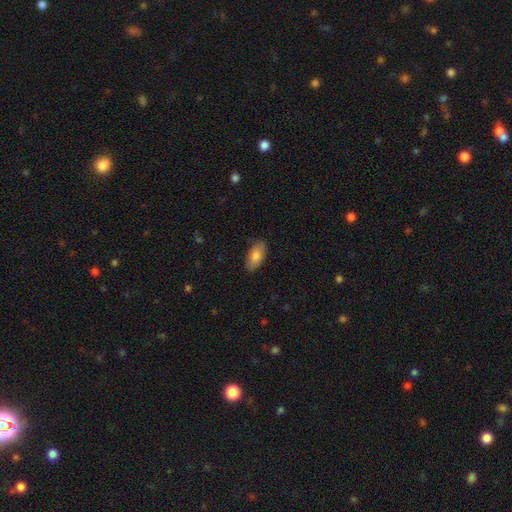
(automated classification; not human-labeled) Smooth or featured?
  - smooth: 81% *
  - featured or disk: 13%
  - star or artifact: 6%
How rounded?
  - in between: 91% *
  - cigar-shaped: 6%
  - round: 3%
Merging?
  - none: 88% *
  - minor disturbance: 10%
  - major disturbance: 2%
  - merger: 1%